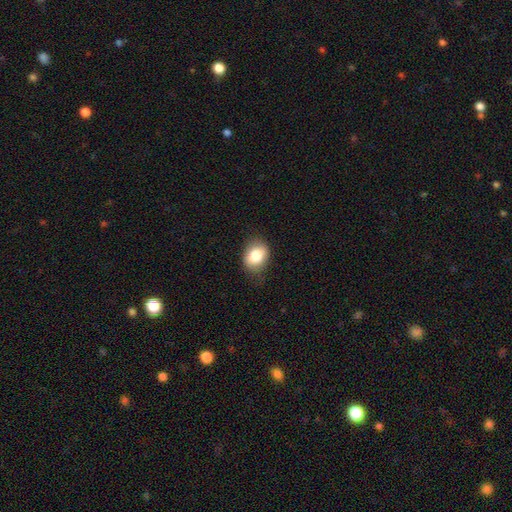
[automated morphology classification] Smooth or featured? Predicted: smooth (p=0.82). How rounded? Predicted: in between (p=0.65). Merging? Predicted: none (p=0.74).